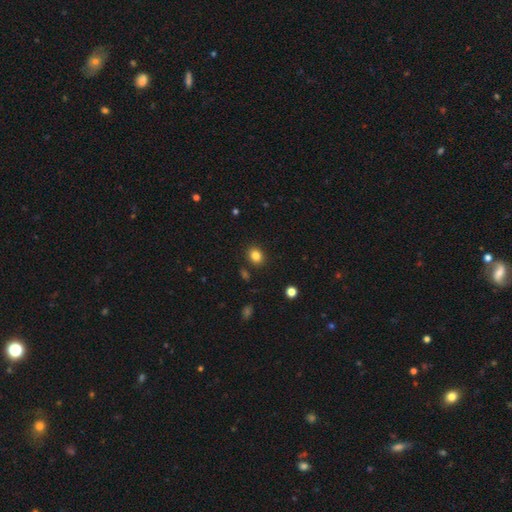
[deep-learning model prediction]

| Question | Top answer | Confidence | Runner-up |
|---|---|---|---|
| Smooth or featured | smooth | 83% | star or artifact (11%) |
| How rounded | round | 63% | in between (36%) |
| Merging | none | 88% | minor disturbance (8%) |